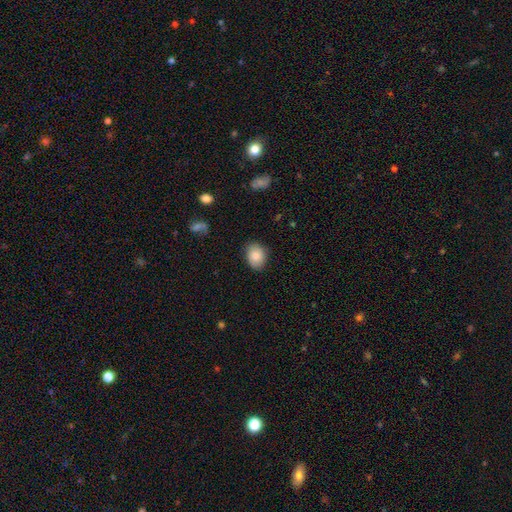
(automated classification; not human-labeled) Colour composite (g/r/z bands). It shows a smooth galaxy with no disk features (84%) that is in between round and cigar-shaped (65%). Merging: none (83%).